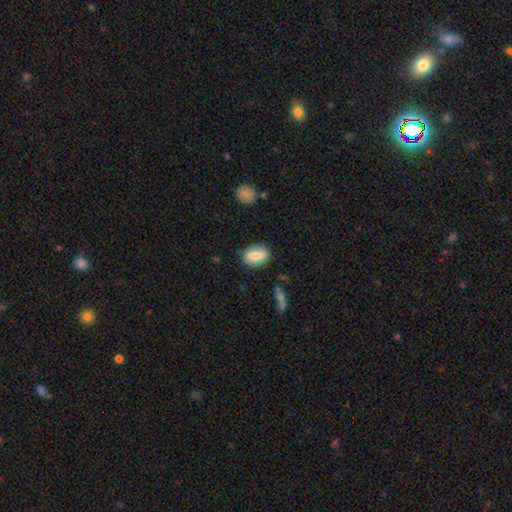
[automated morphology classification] Smooth or featured? Predicted: smooth (p=0.71). How rounded? Predicted: in between (p=0.77). Merging? Predicted: none (p=0.78).